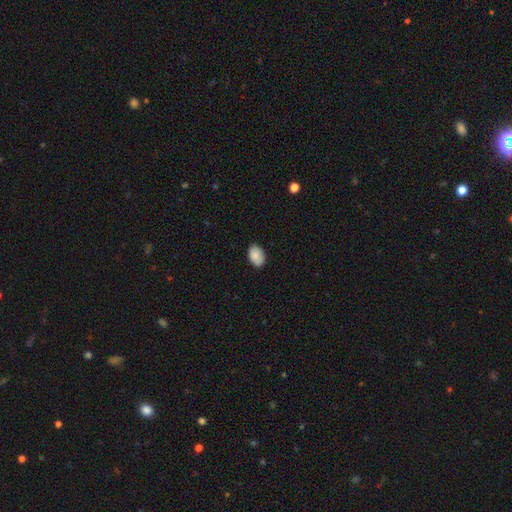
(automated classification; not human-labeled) A smooth galaxy with no disk features (86%) that is in between round and cigar-shaped (87%). Merging: none (82%).